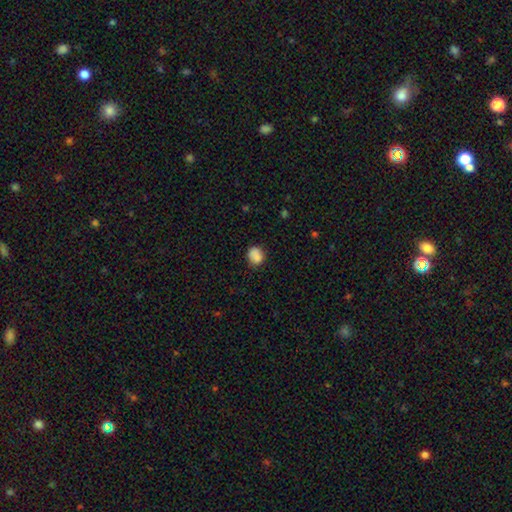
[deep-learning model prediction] This appears to be a smooth galaxy with no disk features (86%) that is round (65%). Merging: none (73%).